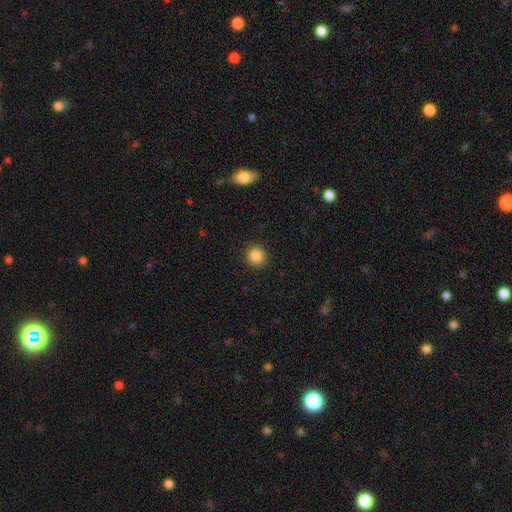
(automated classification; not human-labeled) smooth_or_featured: smooth (p=0.86) [alt: star or artifact p=0.10]
how_rounded: round (p=0.91) [alt: in between p=0.08]
merging: none (p=0.91) [alt: minor disturbance p=0.06]